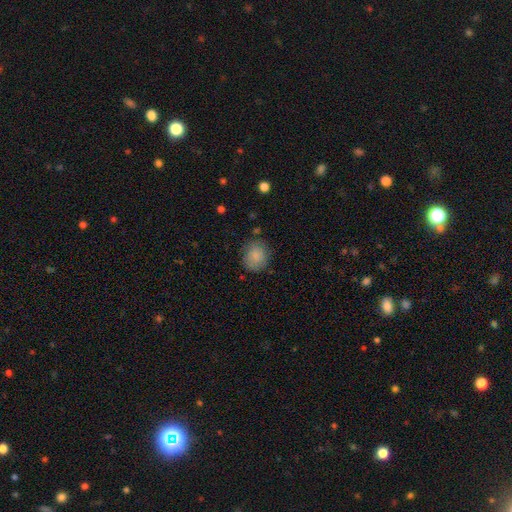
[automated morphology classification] A smooth galaxy with no disk features (83%) that is round (69%).

Vote fractions:
- Smooth or featured? smooth: 83% / featured or disk: 9% / star or artifact: 7%
- How rounded? round: 69% / in between: 30% / cigar-shaped: 1%
- Merging? none: 78% / minor disturbance: 16% / major disturbance: 4% / merger: 2%